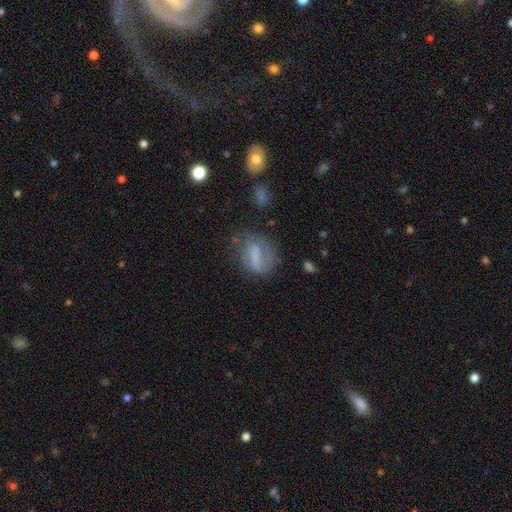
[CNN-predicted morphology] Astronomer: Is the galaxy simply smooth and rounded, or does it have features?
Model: smooth — 48% (runner-up: featured or disk, 42%).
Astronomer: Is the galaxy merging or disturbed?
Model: none — 52%.